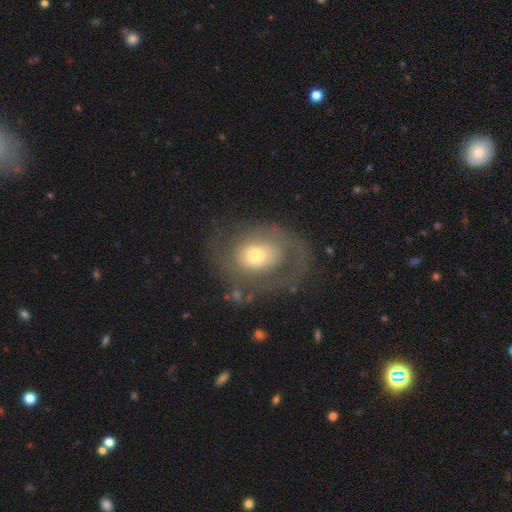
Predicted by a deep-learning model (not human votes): featured or disk 49%, smooth 44%, star or artifact 8%. Down the decision tree: merging — none (58%).